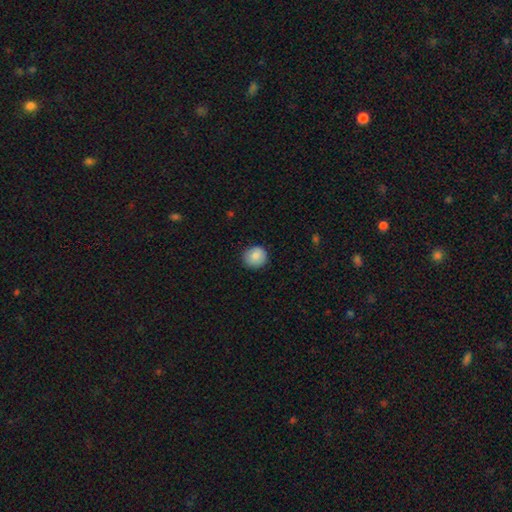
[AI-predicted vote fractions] smooth 86%, star or artifact 8%, featured or disk 6%. Down the decision tree: how rounded — round (90%); merging — none (87%).